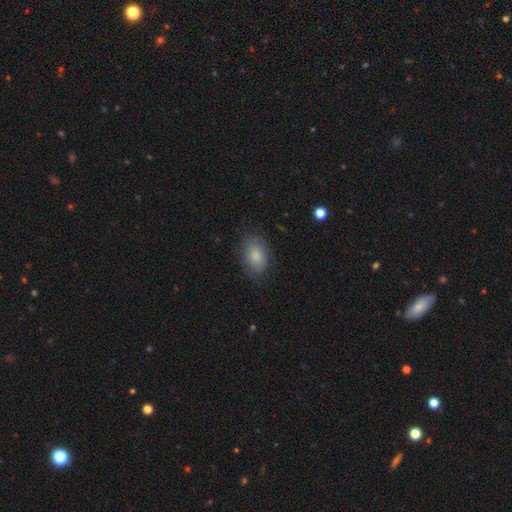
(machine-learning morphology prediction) smooth 83%, featured or disk 10%, star or artifact 7%. Down the decision tree: how rounded — in between (88%); merging — none (79%).